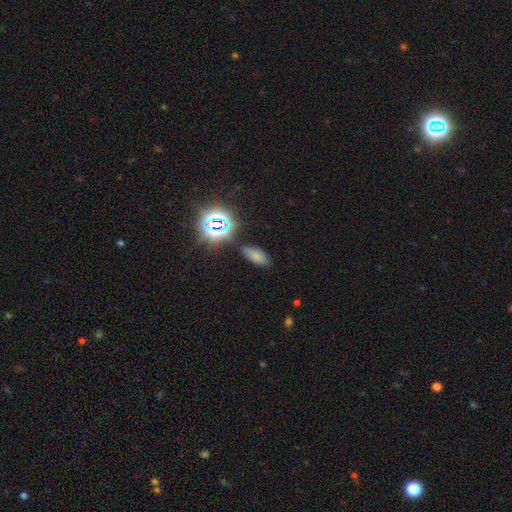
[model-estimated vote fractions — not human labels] A smooth galaxy with no disk features (66%) that is in between round and cigar-shaped (86%).

Vote fractions:
- Smooth or featured? smooth: 66% / star or artifact: 25% / featured or disk: 9%
- How rounded? in between: 86% / cigar-shaped: 9% / round: 5%
- Merging? none: 78% / minor disturbance: 14% / major disturbance: 4% / merger: 4%